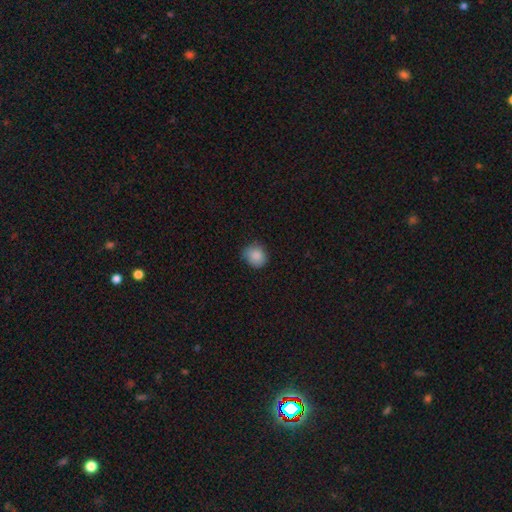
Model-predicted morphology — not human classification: Smooth or featured? smooth (87%)
How rounded? round (80%)
Merging? none (76%)